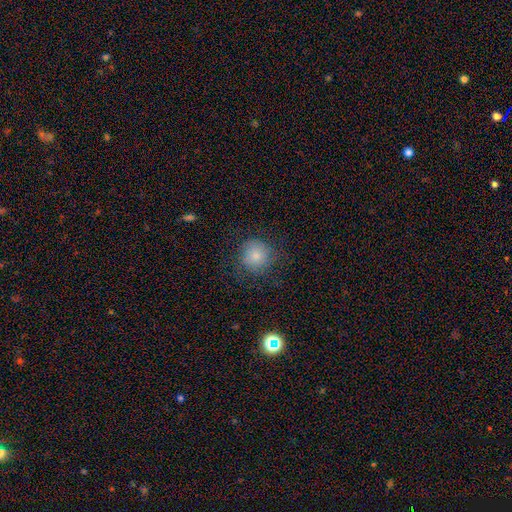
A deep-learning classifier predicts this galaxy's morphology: smooth_or_featured: smooth (p=0.79) [alt: featured or disk p=0.11]
how_rounded: round (p=0.91) [alt: in between p=0.08]
merging: none (p=0.73) [alt: minor disturbance p=0.17]